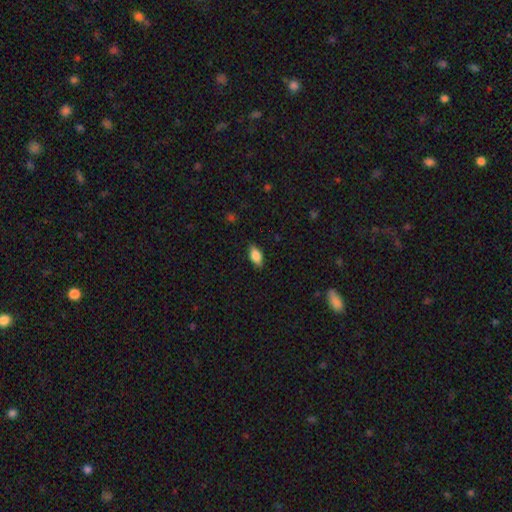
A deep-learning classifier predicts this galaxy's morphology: smooth 79%, featured or disk 14%, star or artifact 7%. Down the decision tree: how rounded — in between (88%); merging — none (86%).